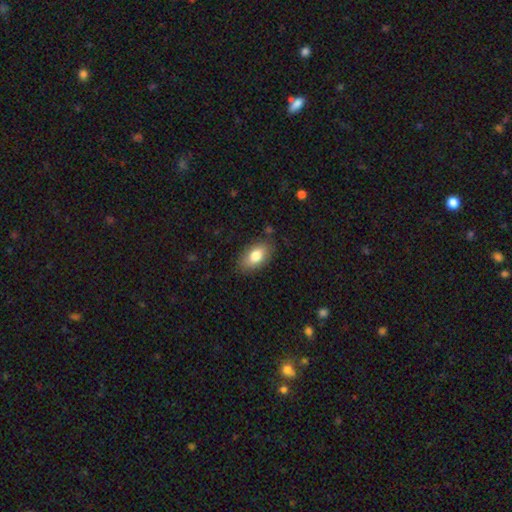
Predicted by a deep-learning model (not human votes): Smooth or featured: smooth — 80% (featured or disk — 14%)
How rounded: in between — 92% (round — 6%)
Merging: none — 83% (minor disturbance — 13%)